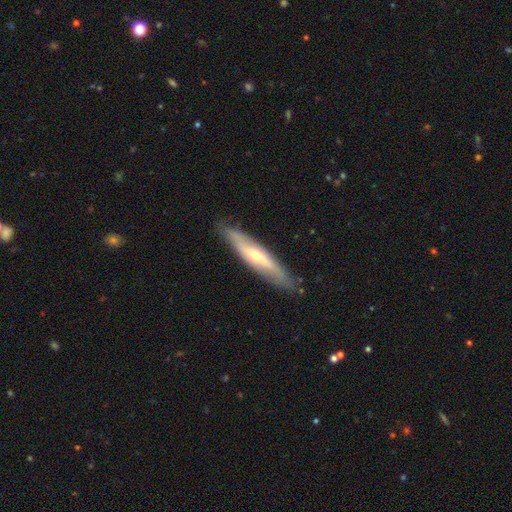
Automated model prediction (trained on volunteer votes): Smooth or featured? featured or disk (58%)
Edge-on disk? yes (66%)
Merging? none (85%)